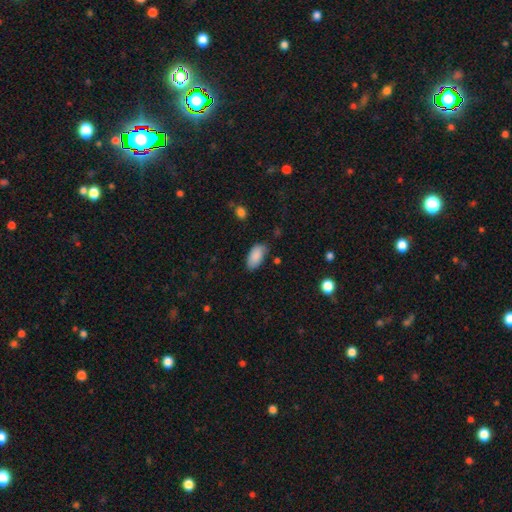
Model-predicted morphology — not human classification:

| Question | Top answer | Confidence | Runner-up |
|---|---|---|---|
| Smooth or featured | smooth | 89% | star or artifact (7%) |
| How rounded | in between | 94% | cigar-shaped (4%) |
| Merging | none | 76% | minor disturbance (18%) |